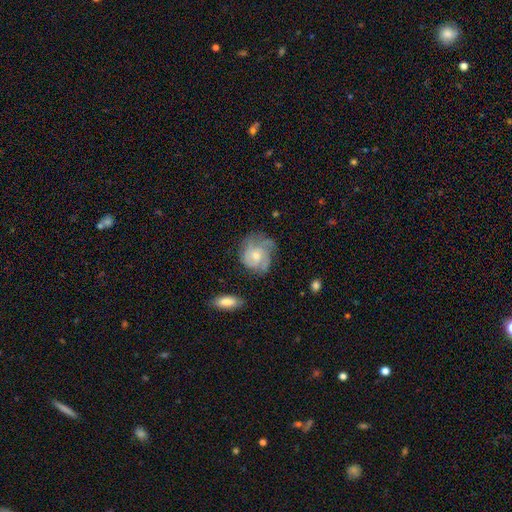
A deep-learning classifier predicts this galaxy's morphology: Overall: featured or disk (56%; smooth 37%). Edge-on disk: no (97%). Bar: no (79%). Spiral arms: yes (76%). Bulge size: moderate (49%; small 43%). Merging: none (54%; minor disturbance 27%).